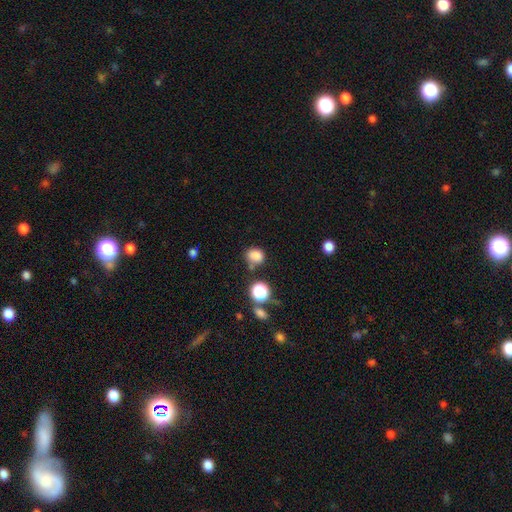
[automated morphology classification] type=smooth (81%); roundness=round (57%); merging=none (65%).